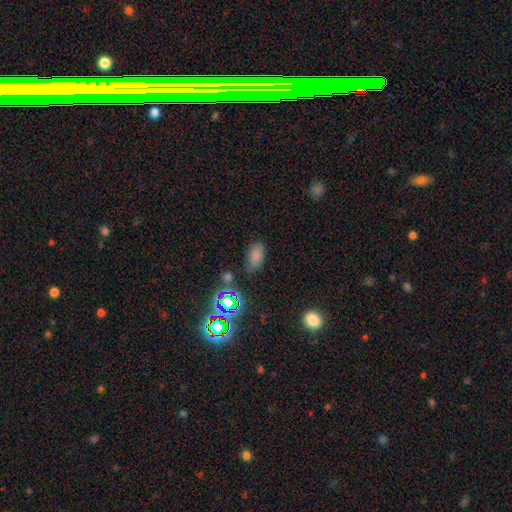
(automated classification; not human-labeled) Smooth or featured?
  - smooth: 74% *
  - star or artifact: 19%
  - featured or disk: 7%
How rounded?
  - in between: 91% *
  - round: 7%
  - cigar-shaped: 2%
Merging?
  - none: 77% *
  - minor disturbance: 15%
  - major disturbance: 5%
  - merger: 4%